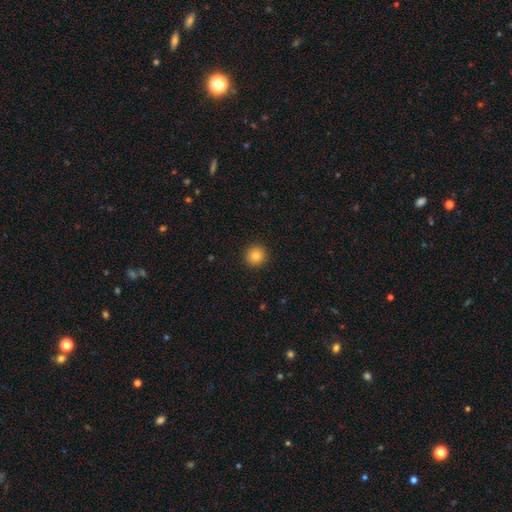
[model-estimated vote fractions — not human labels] A smooth galaxy with no disk features (84%) that is round (94%). Merging: none (93%).